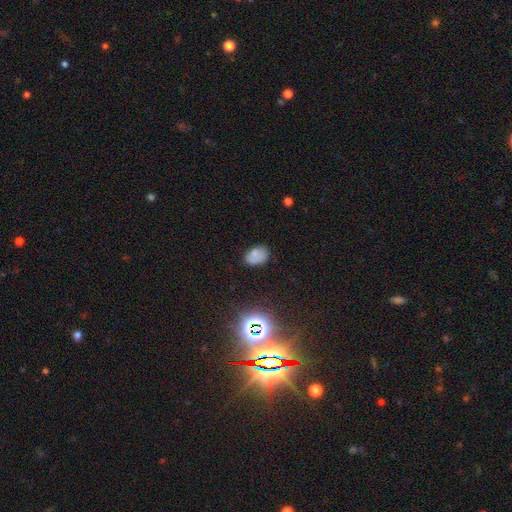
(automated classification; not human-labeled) The model was most divided on "merging": none: 66%, minor disturbance: 22%, major disturbance: 7%, merger: 5%. More confident: how rounded — in between (85%); smooth or featured — smooth (71%).